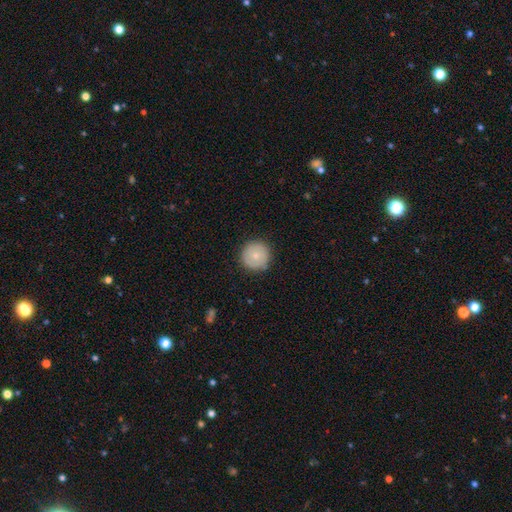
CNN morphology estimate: The model was most divided on "smooth or featured": smooth: 74%, featured or disk: 19%, star or artifact: 7%. More confident: how rounded — round (96%); merging — none (87%).